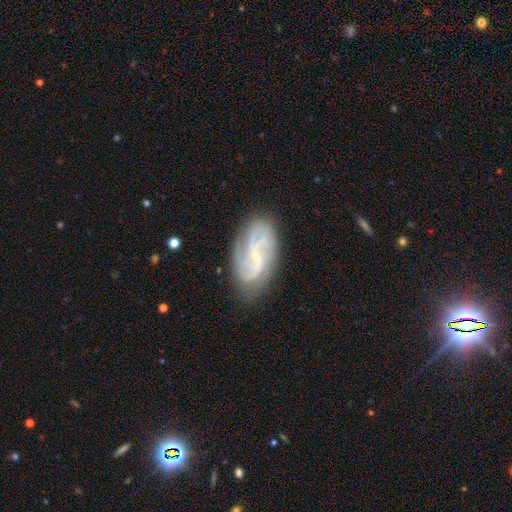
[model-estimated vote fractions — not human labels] This is likely a featured or disk galaxy (78%). It is clearly not viewed edge-on (96%). Bar: possibly weak (48%). Spiral arm pattern: clearly yes (94%). Spiral arm count: marginally 2 (39%). Spiral winding: marginally medium (42%). Central bulge: likely small (66%). Merging: likely none (75%).